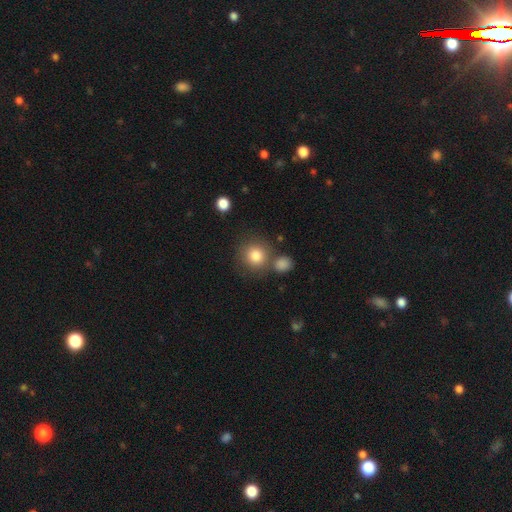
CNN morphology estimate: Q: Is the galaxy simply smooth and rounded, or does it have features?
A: smooth — 82%.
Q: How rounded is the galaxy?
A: round — 90%.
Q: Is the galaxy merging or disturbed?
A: none — 71%.